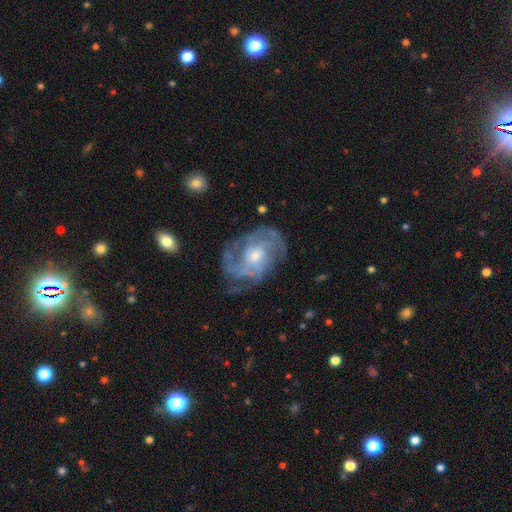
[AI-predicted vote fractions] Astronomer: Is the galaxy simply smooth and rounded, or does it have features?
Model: featured or disk — 83%.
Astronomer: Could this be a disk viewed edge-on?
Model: no — 97%.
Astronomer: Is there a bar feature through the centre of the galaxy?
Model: no — 65%.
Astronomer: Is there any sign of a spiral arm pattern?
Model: yes — 88%.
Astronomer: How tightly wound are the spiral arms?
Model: tight — 47% (runner-up: medium, 39%).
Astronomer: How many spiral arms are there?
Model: can't tell — 39% (runner-up: 2, 22%).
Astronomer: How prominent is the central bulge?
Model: moderate — 54% (runner-up: small, 39%).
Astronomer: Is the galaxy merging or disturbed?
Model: none — 60%.